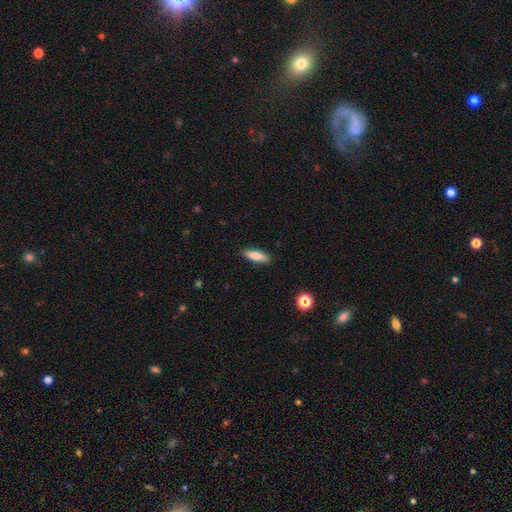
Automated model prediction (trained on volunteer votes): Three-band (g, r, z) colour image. It shows a smooth galaxy with no disk features (79%) that is cigar-shaped (53%). Merging: none (88%).